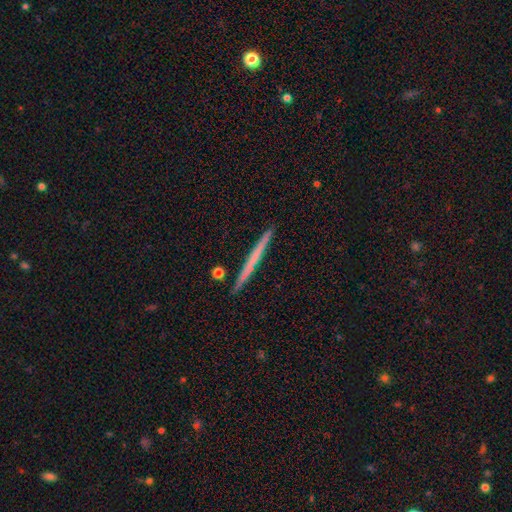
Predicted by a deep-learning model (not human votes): A smooth galaxy with no disk features (49%).

Vote fractions:
- Smooth or featured? smooth: 49% / featured or disk: 45% / star or artifact: 6%
- Merging? none: 92% / minor disturbance: 5% / merger: 1% / major disturbance: 1%